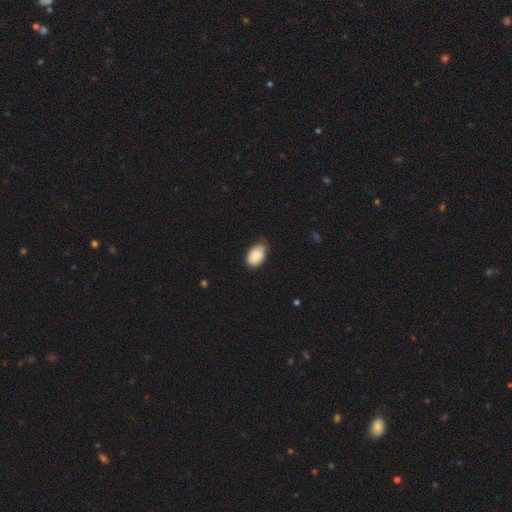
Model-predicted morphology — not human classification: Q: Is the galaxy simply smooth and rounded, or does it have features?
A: smooth — 84%.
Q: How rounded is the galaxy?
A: in between — 90%.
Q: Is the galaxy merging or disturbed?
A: none — 58%.